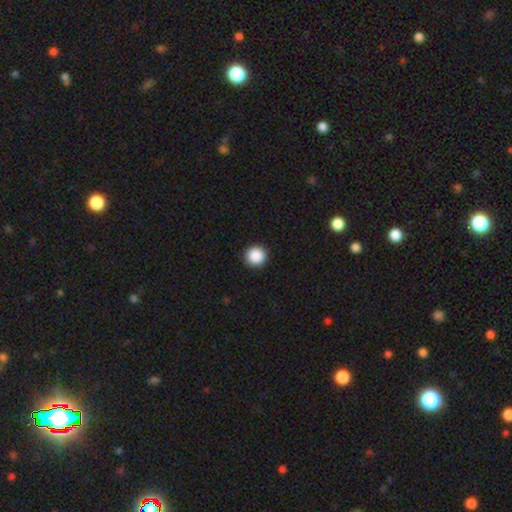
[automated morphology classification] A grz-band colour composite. It shows a smooth galaxy with no disk features (88%) that is round (96%). Merging: none (93%).